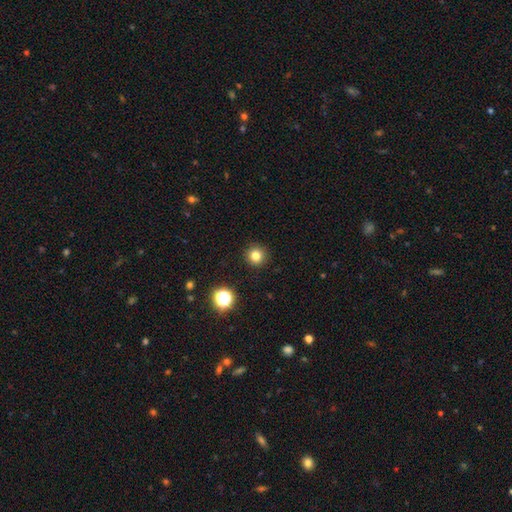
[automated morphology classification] Overall: smooth (80%). How rounded: round (95%). Merging: none (92%).